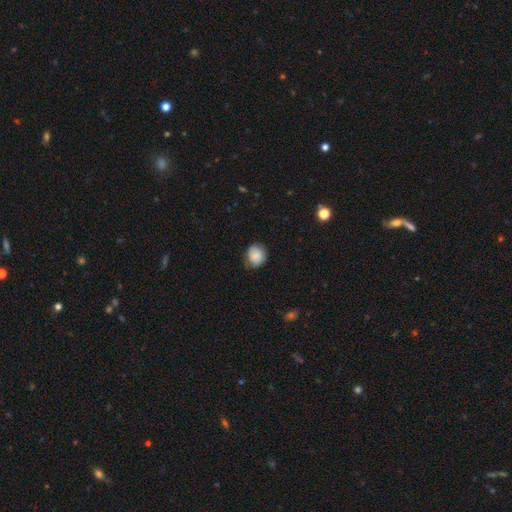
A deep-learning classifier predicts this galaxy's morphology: smooth-or-featured: smooth: 82% | featured or disk: 9% | star or artifact: 8%
  how-rounded: round: 73% | in between: 26% | cigar-shaped: 1%
  merging: none: 71% | minor disturbance: 23% | major disturbance: 5% | merger: 1%